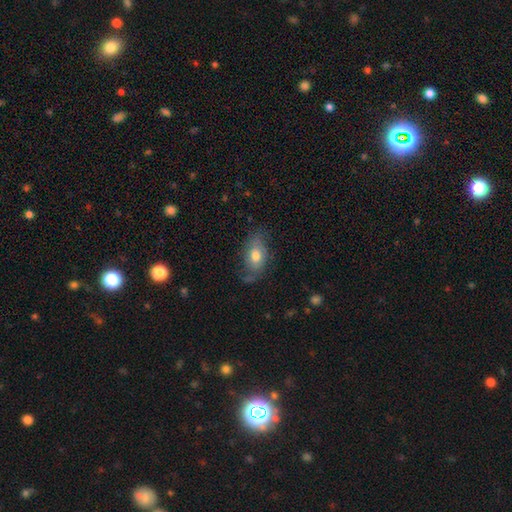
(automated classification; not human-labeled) This appears to be a smooth galaxy with no disk features (60%) that is in between round and cigar-shaped (86%). Merging: none (61%).